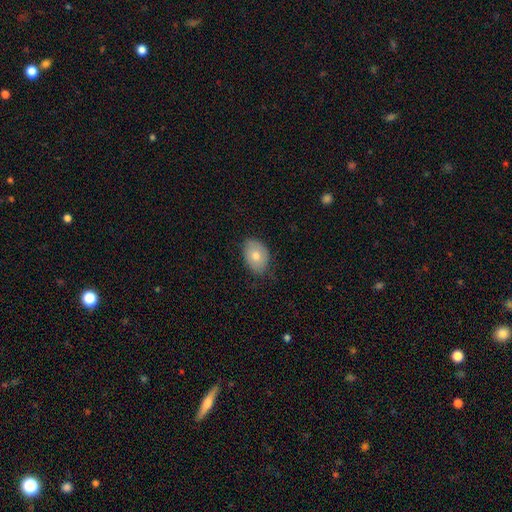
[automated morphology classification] smooth-or-featured: smooth: 70% | featured or disk: 22% | star or artifact: 8%
  how-rounded: in between: 82% | round: 17% | cigar-shaped: 1%
  merging: none: 78% | minor disturbance: 18% | major disturbance: 3% | merger: 1%